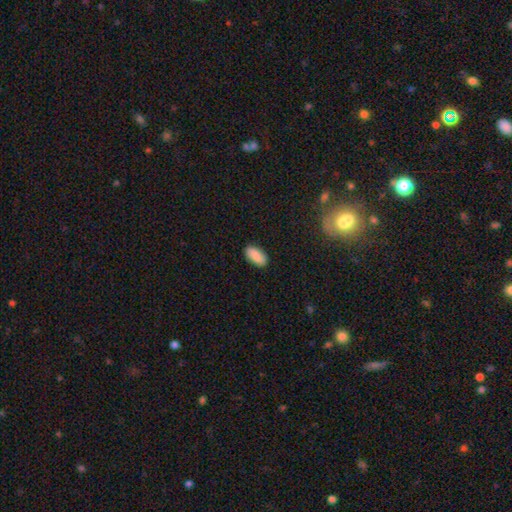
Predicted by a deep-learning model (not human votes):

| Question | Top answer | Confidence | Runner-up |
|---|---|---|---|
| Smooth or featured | smooth | 89% | star or artifact (7%) |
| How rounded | in between | 92% | cigar-shaped (5%) |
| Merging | none | 88% | minor disturbance (9%) |